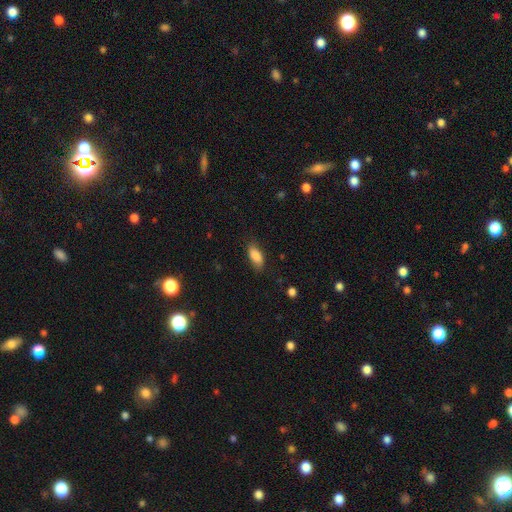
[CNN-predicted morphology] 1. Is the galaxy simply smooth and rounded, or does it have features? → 86% smooth, 7% star or artifact, 7% featured or disk.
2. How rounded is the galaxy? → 87% in between, 10% cigar-shaped, 3% round.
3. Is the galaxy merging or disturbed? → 77% none, 17% minor disturbance, 4% major disturbance, 1% merger.